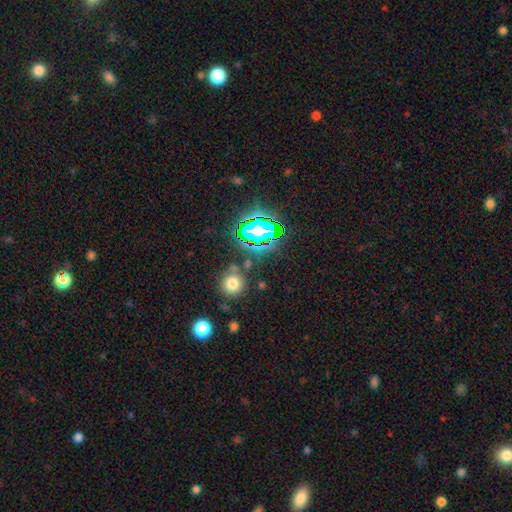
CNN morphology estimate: The model was most divided on "smooth or featured": star or artifact: 71%, smooth: 21%, featured or disk: 8%.